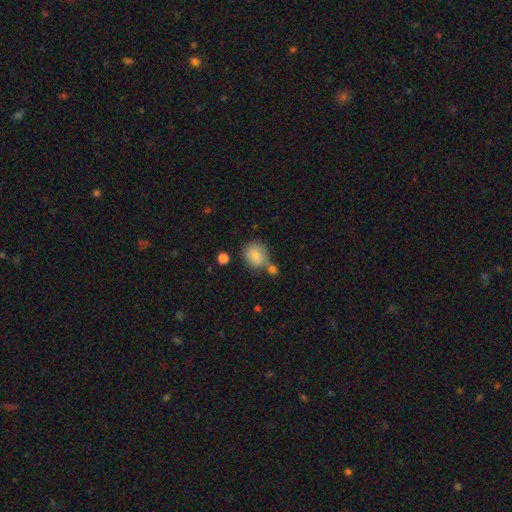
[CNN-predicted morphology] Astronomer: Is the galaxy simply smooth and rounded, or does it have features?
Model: smooth — 81%.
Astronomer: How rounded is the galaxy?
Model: round — 74%.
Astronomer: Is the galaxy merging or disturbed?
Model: none — 58%.